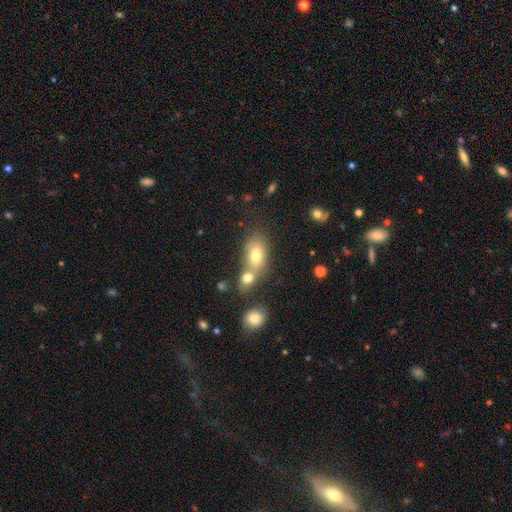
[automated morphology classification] Smooth or featured? Predicted: smooth (p=0.73). How rounded? Predicted: in between (p=0.82). Merging? Predicted: merger (p=0.47).